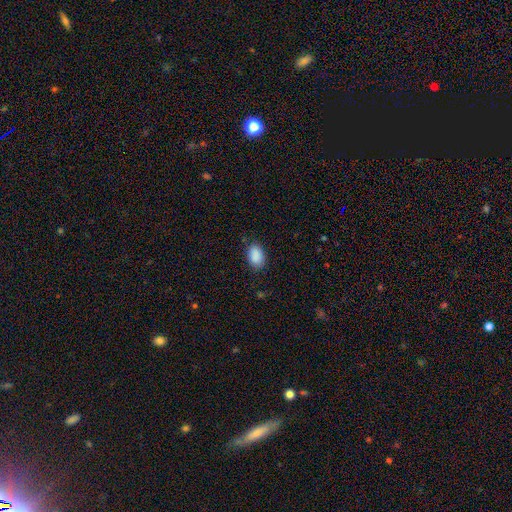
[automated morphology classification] Smooth or featured?
  - smooth: 90% *
  - star or artifact: 7%
  - featured or disk: 3%
How rounded?
  - in between: 88% *
  - round: 10%
  - cigar-shaped: 1%
Merging?
  - none: 82% *
  - minor disturbance: 13%
  - major disturbance: 3%
  - merger: 1%